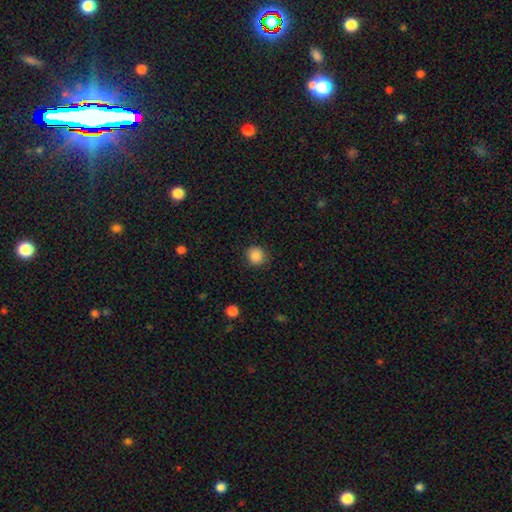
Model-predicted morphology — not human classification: smooth_or_featured: smooth (p=0.87) [alt: star or artifact p=0.10]
how_rounded: round (p=0.88) [alt: in between p=0.11]
merging: none (p=0.88) [alt: minor disturbance p=0.08]